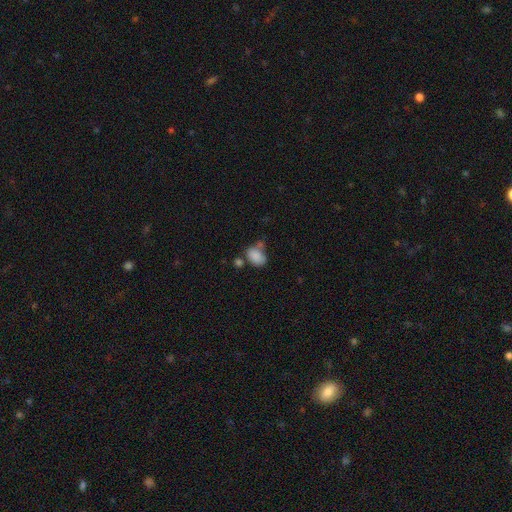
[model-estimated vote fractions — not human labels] Smooth or featured: smooth — 84% (star or artifact — 9%)
How rounded: in between — 79% (round — 20%)
Merging: none — 46% (merger — 23%)